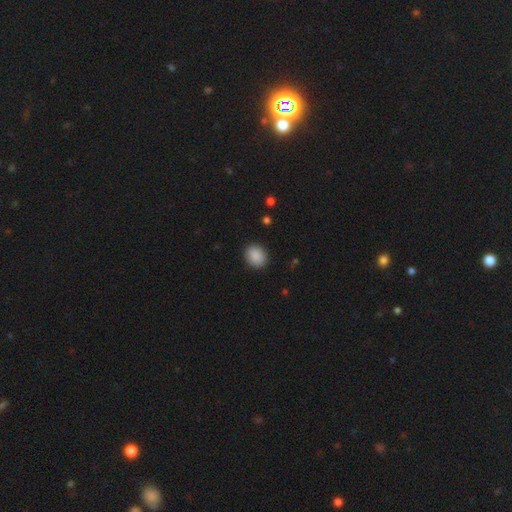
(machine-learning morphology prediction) This is clearly a smooth galaxy (89%). How rounded: likely round (63%). Merging: clearly none (89%).